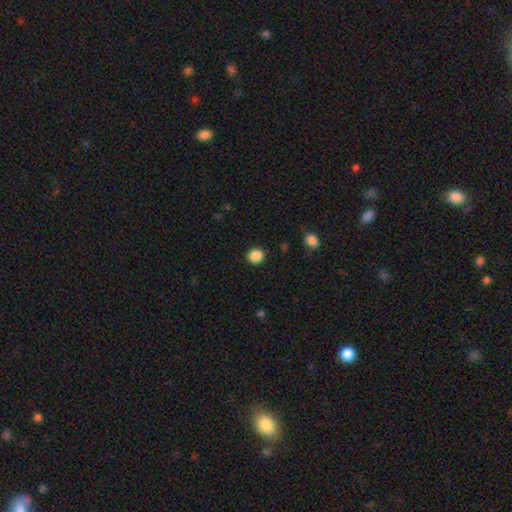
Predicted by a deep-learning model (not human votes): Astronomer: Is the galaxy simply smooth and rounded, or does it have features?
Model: smooth — 88%.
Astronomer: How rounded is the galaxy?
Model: round — 79%.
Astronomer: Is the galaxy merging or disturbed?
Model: none — 90%.